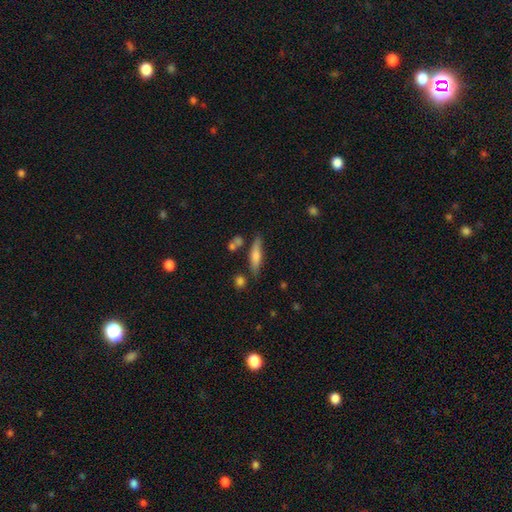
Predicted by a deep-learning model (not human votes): Smooth or featured?
  - smooth: 55% *
  - featured or disk: 37%
  - star or artifact: 8%
How rounded?
  - cigar-shaped: 77% *
  - in between: 21%
  - round: 3%
Merging?
  - none: 77% *
  - minor disturbance: 13%
  - merger: 7%
  - major disturbance: 3%